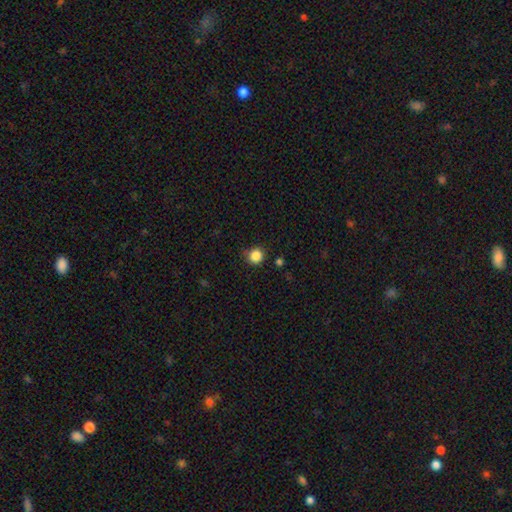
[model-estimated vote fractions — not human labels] This is clearly a smooth galaxy (85%). How rounded: clearly round (92%). Merging: clearly none (83%).